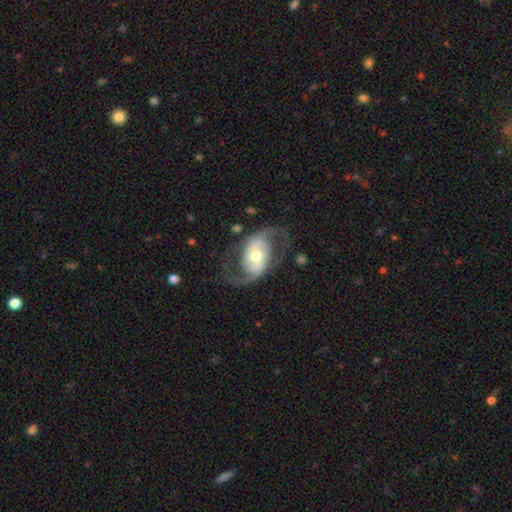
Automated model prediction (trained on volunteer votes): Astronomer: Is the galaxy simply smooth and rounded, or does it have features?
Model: featured or disk — 86%.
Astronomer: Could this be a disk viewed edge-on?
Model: no — 97%.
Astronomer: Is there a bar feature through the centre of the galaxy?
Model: no — 40% (runner-up: weak, 36%).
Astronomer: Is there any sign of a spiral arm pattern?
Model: yes — 94%.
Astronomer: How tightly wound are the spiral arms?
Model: medium — 46% (runner-up: loose, 42%).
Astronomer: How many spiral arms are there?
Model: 2 — 91%.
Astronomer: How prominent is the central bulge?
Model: moderate — 64%.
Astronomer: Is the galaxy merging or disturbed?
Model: none — 70%.